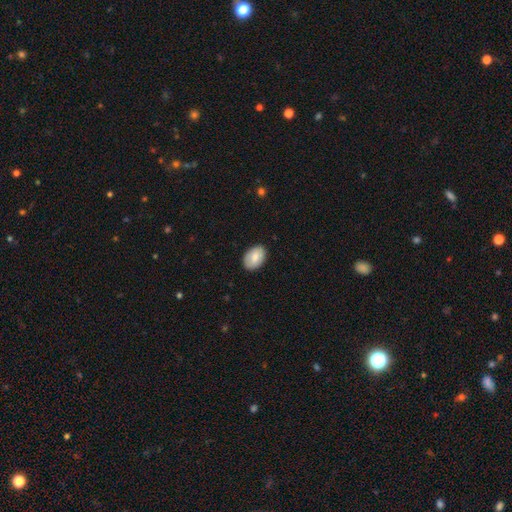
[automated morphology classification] A smooth galaxy with no disk features (78%) that is in between round and cigar-shaped (88%). Merging: none (86%).